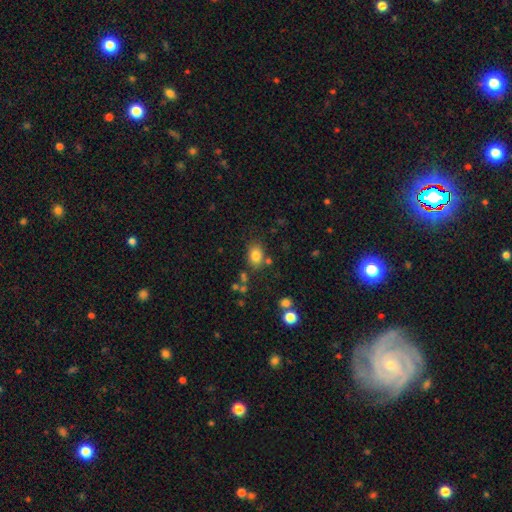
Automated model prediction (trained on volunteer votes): Smooth or featured?
  - smooth: 82% *
  - star or artifact: 11%
  - featured or disk: 7%
How rounded?
  - in between: 70% *
  - round: 29%
  - cigar-shaped: 1%
Merging?
  - none: 75% *
  - minor disturbance: 14%
  - merger: 7%
  - major disturbance: 4%